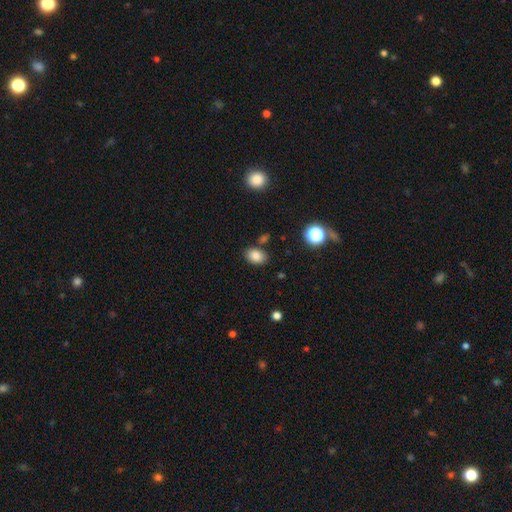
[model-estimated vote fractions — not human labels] The model was most divided on "how rounded": in between: 77%, round: 22%, cigar-shaped: 1%. More confident: smooth or featured — smooth (83%); merging — none (80%).